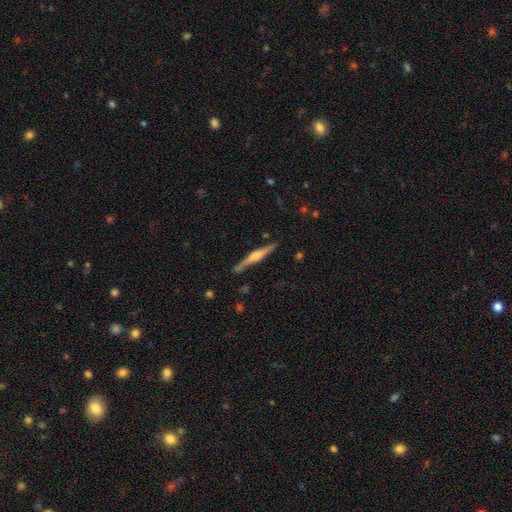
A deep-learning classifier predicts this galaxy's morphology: Smooth or featured: featured or disk — 70% (smooth — 24%)
Edge-on disk: yes — 98% (no — 2%)
Edge-on bulge: rounded — 69% (boxy — 22%)
Merging: none — 86% (minor disturbance — 10%)